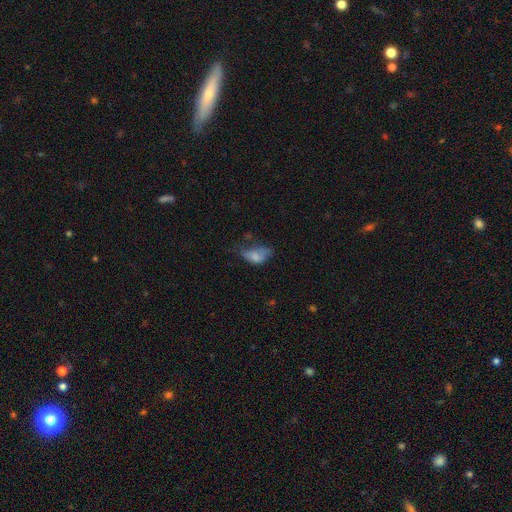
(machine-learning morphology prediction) Q: Smooth or featured?
A: smooth (67%); runner-up: featured or disk (22%)
Q: How rounded?
A: in between (89%); runner-up: round (8%)
Q: Merging?
A: major disturbance (38%); runner-up: minor disturbance (32%)